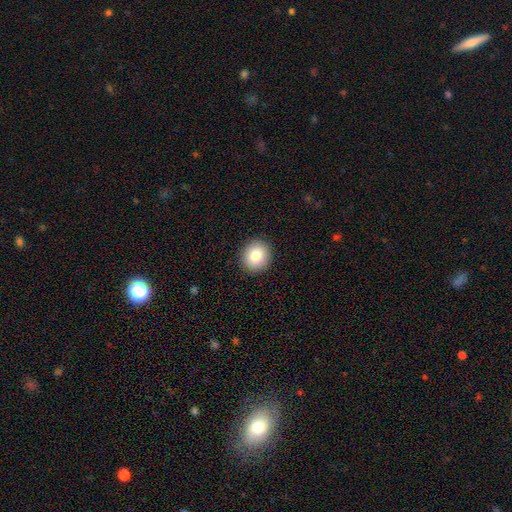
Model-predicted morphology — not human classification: Smooth or featured: smooth — 83% (star or artifact — 9%)
How rounded: round — 86% (in between — 13%)
Merging: none — 91% (minor disturbance — 6%)